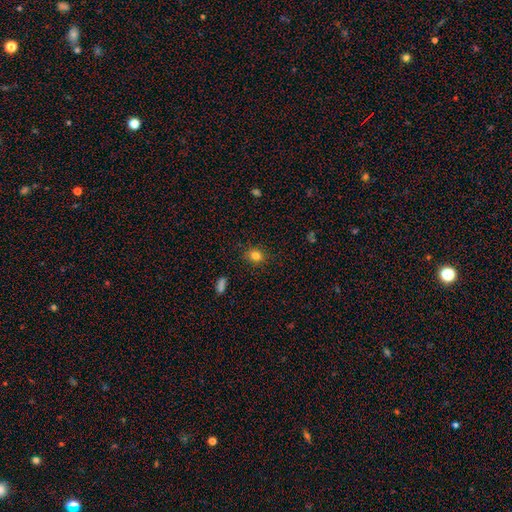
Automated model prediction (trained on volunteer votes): smooth-or-featured: smooth: 81% | star or artifact: 12% | featured or disk: 7%
  how-rounded: round: 67% | in between: 32% | cigar-shaped: 1%
  merging: none: 88% | minor disturbance: 9% | major disturbance: 2% | merger: 1%